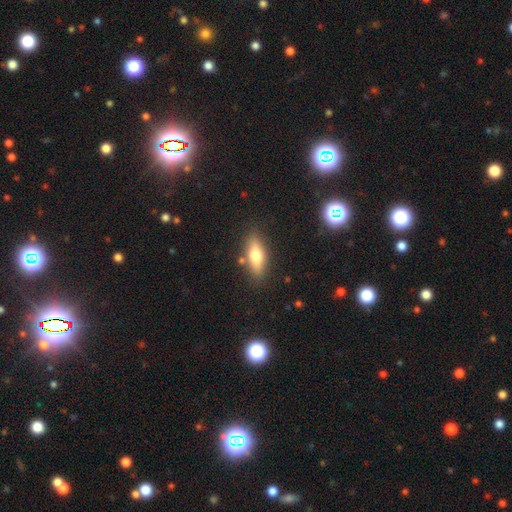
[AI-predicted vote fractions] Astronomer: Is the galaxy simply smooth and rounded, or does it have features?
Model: smooth — 66%.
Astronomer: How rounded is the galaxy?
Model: in between — 69%.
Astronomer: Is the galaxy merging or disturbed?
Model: none — 81%.